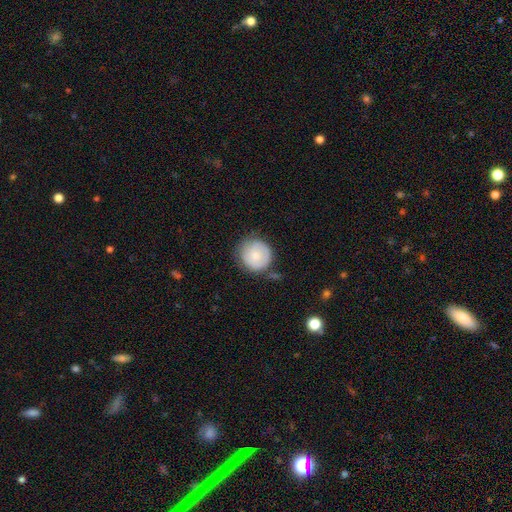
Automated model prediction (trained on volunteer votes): A smooth galaxy with no disk features (75%) that is round (92%). Merging: none (70%).